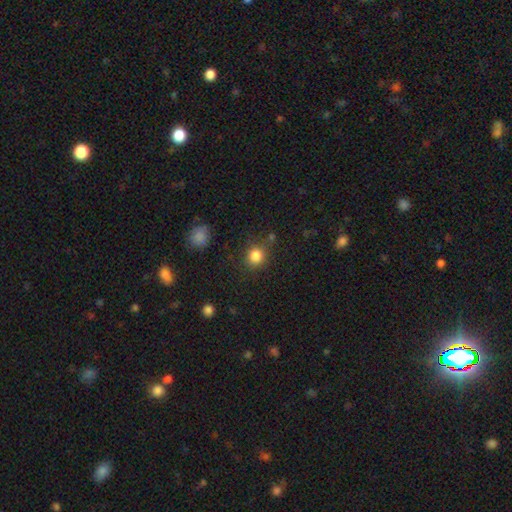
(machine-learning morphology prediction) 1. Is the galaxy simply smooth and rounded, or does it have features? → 84% smooth, 11% star or artifact, 5% featured or disk.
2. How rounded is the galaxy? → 85% round, 14% in between, 1% cigar-shaped.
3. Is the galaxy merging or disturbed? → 80% none, 11% minor disturbance, 4% major disturbance, 4% merger.